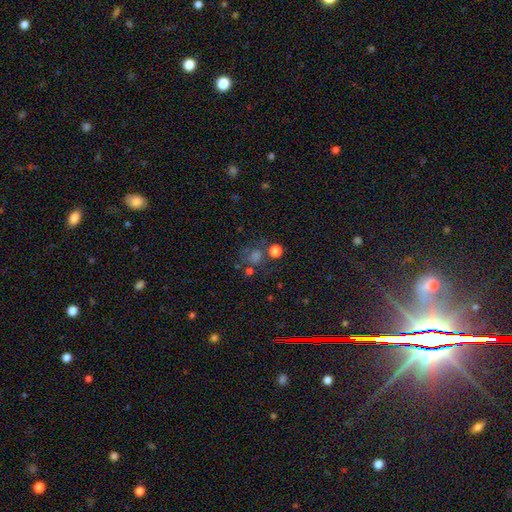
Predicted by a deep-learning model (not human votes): The model was most divided on "smooth or featured": smooth: 45%, star or artifact: 42%, featured or disk: 13%. More confident: merging — none (63%).